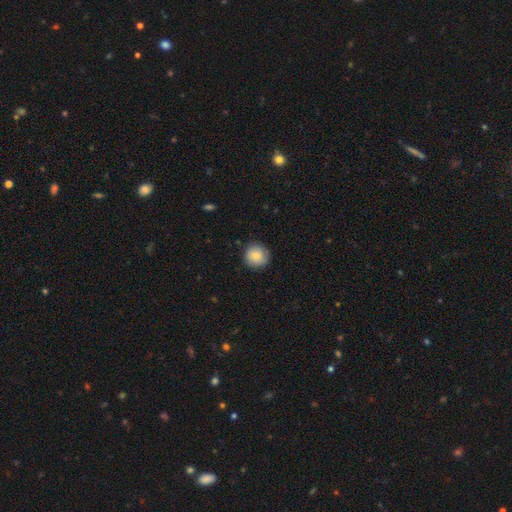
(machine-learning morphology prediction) Q: Smooth or featured?
A: smooth (79%); runner-up: featured or disk (13%)
Q: How rounded?
A: round (93%); runner-up: in between (6%)
Q: Merging?
A: none (85%); runner-up: minor disturbance (11%)